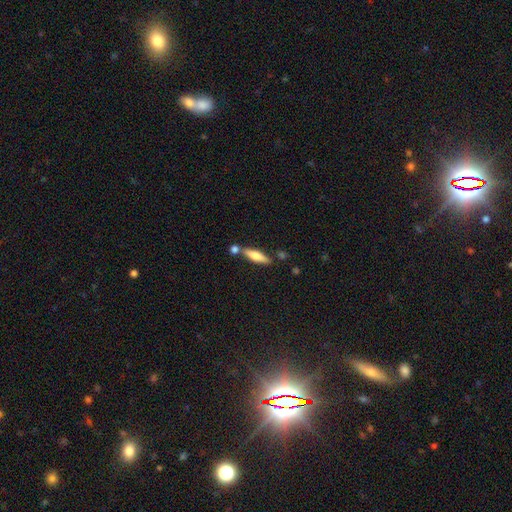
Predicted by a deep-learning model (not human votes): Q: Smooth or featured?
A: smooth (59%); runner-up: featured or disk (35%)
Q: How rounded?
A: cigar-shaped (71%); runner-up: in between (26%)
Q: Merging?
A: none (71%); runner-up: merger (14%)